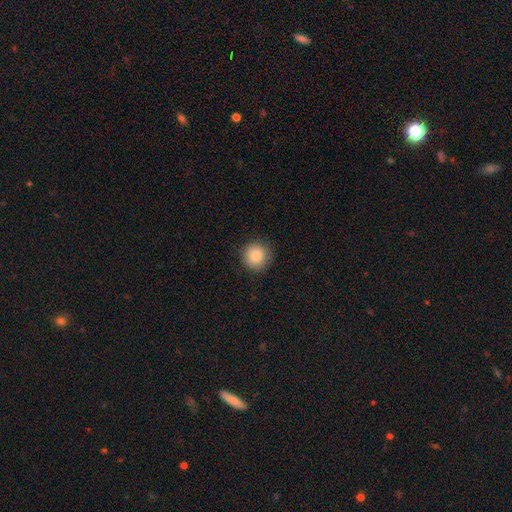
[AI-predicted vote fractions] A smooth galaxy with no disk features (87%) that is round (95%).

Vote fractions:
- Smooth or featured? smooth: 87% / star or artifact: 9% / featured or disk: 5%
- How rounded? round: 95% / in between: 4% / cigar-shaped: 1%
- Merging? none: 89% / minor disturbance: 8% / major disturbance: 2% / merger: 1%